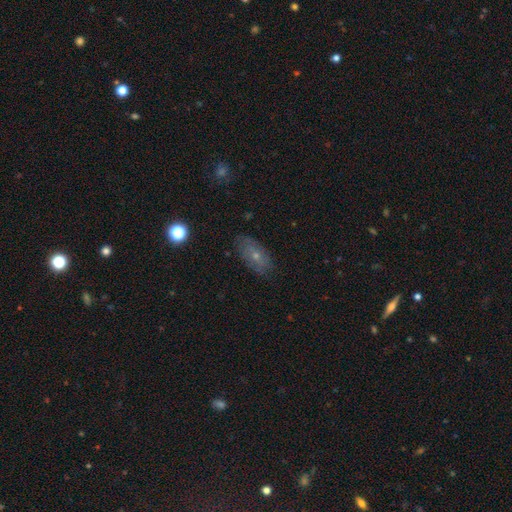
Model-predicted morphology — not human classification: Overall: smooth (47%; featured or disk 42%). Merging: none (77%).